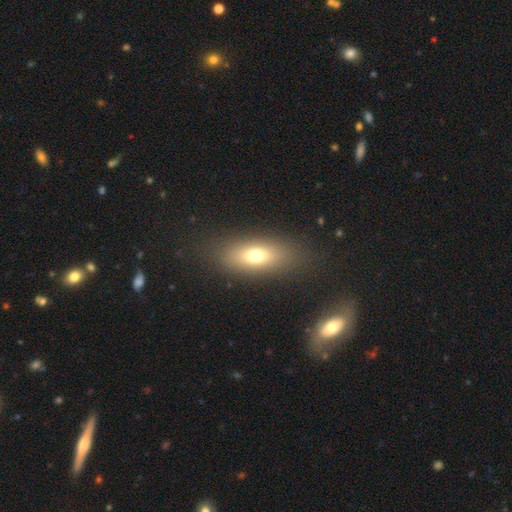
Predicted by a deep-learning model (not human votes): Smooth or featured: smooth — 69% (featured or disk — 19%)
How rounded: in between — 78% (cigar-shaped — 13%)
Merging: none — 82% (minor disturbance — 10%)